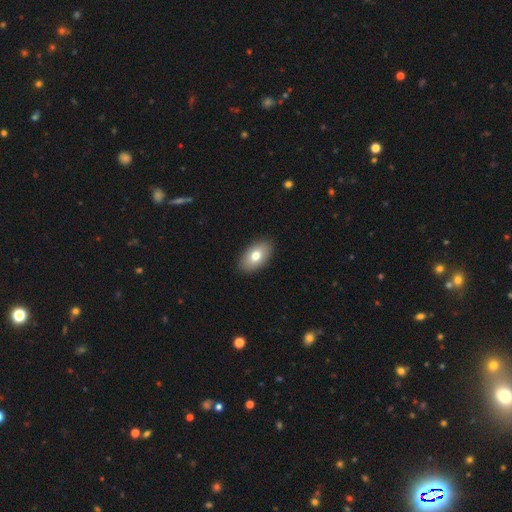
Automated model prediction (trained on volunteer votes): smooth_or_featured: smooth (p=0.76) [alt: featured or disk p=0.17]
how_rounded: in between (p=0.93) [alt: round p=0.06]
merging: none (p=0.89) [alt: minor disturbance p=0.08]